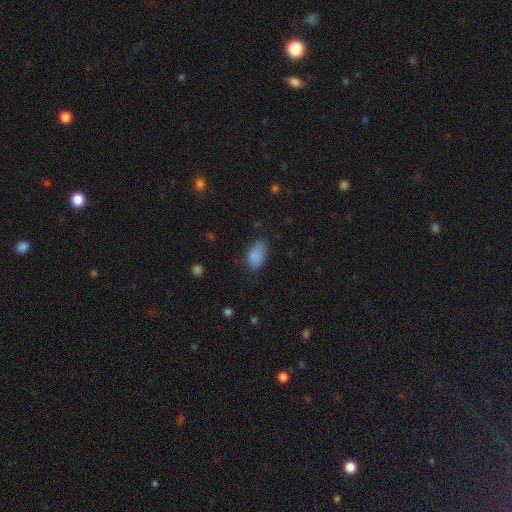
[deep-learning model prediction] smooth 85%, star or artifact 9%, featured or disk 6%. Down the decision tree: how rounded — in between (92%); merging — none (63%).